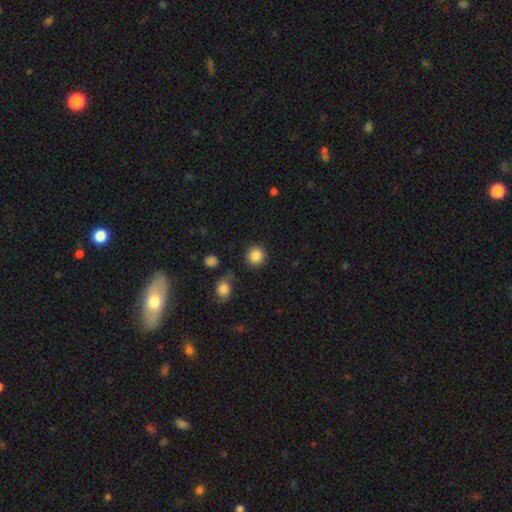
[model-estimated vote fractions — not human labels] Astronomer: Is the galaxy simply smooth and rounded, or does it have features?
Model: smooth — 86%.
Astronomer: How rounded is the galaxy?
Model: round — 93%.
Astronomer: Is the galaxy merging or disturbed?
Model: none — 85%.